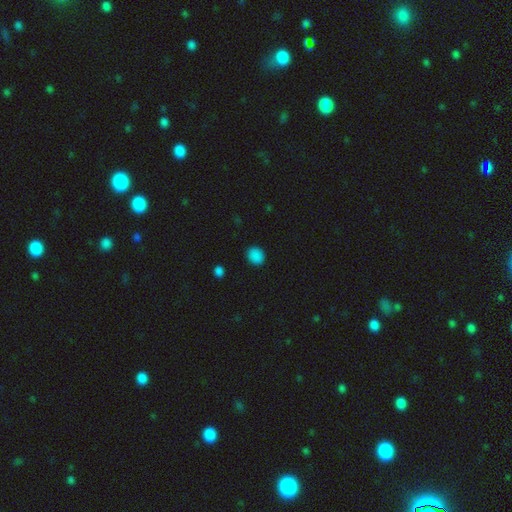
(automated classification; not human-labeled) A smooth galaxy with no disk features (86%) that is round (65%). Merging: none (89%).